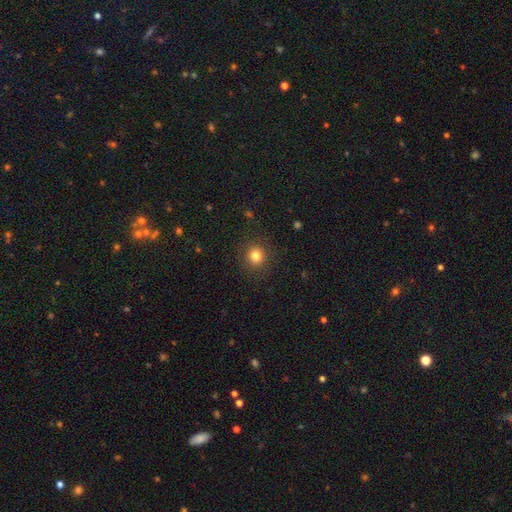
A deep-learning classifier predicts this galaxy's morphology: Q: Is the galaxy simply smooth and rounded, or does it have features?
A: smooth — 81%.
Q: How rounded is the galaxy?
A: round — 92%.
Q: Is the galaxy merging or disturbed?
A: none — 90%.